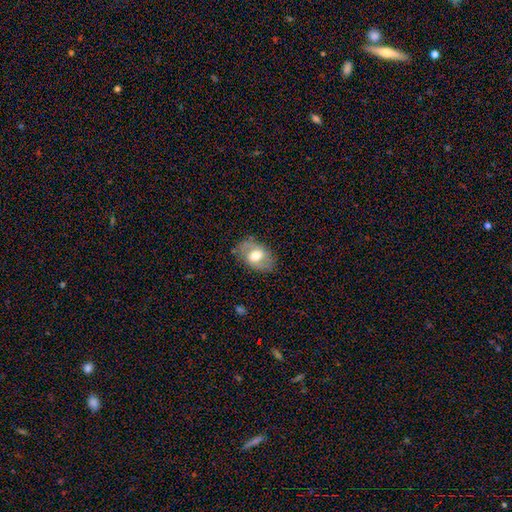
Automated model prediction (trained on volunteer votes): A smooth galaxy with no disk features (51%) that is in between round and cigar-shaped (84%). Merging: none (76%).